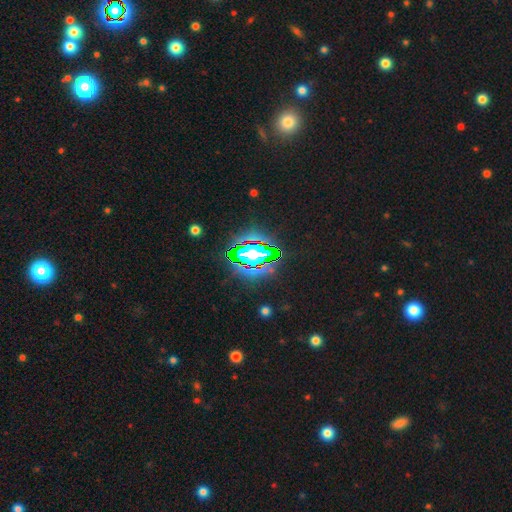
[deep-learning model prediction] Smooth or featured?
  - star or artifact: 79% *
  - smooth: 11%
  - featured or disk: 10%